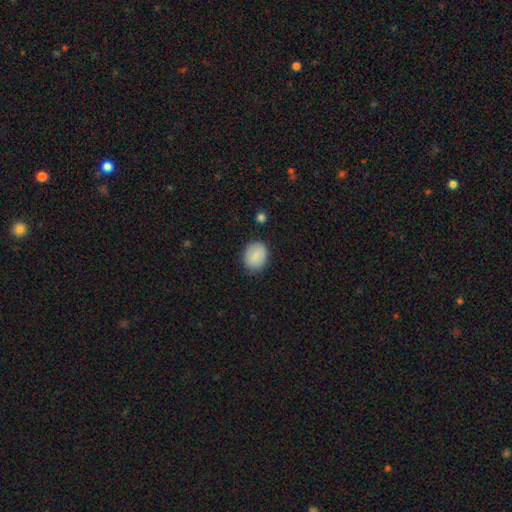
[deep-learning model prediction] A smooth galaxy with no disk features (80%) that is in between round and cigar-shaped (56%).

Vote fractions:
- Smooth or featured? smooth: 80% / featured or disk: 13% / star or artifact: 7%
- How rounded? in between: 56% / round: 43% / cigar-shaped: 1%
- Merging? none: 82% / minor disturbance: 14% / major disturbance: 3% / merger: 2%